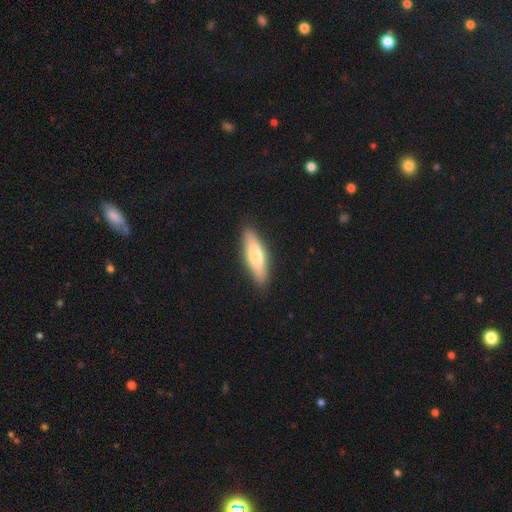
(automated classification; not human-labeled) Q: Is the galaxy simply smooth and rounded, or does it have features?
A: smooth — 70%.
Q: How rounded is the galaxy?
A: cigar-shaped — 57%.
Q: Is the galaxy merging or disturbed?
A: none — 89%.